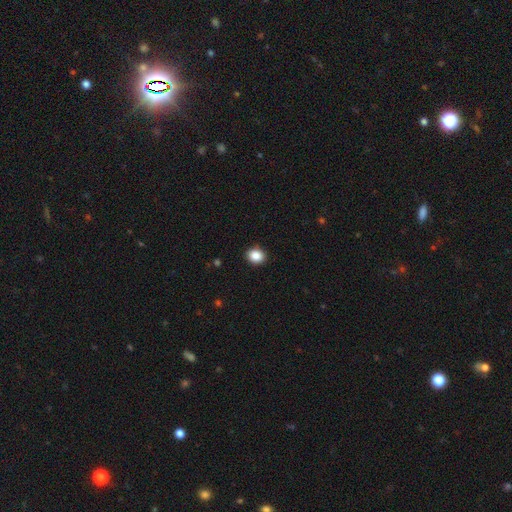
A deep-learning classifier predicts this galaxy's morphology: Overall: smooth (88%). How rounded: round (62%; in between 37%). Merging: none (91%).